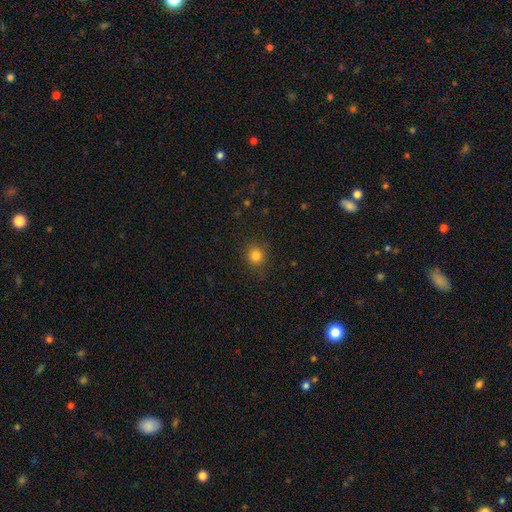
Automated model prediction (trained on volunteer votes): Smooth or featured: smooth — 82% (star or artifact — 13%)
How rounded: round — 89% (in between — 10%)
Merging: none — 87% (minor disturbance — 9%)